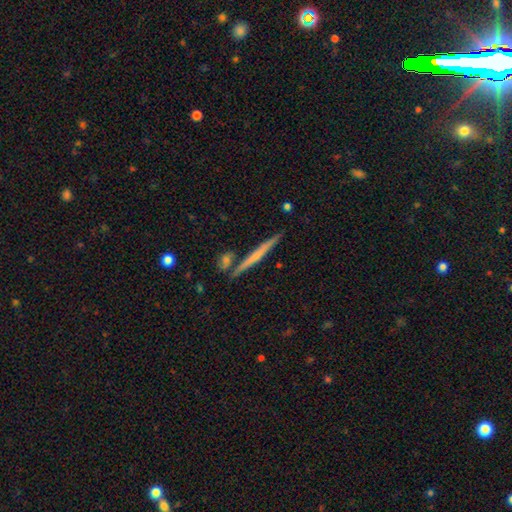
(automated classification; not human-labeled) smooth-or-featured: featured or disk: 55% | smooth: 39% | star or artifact: 6%
  disk-edge-on: yes: 97% | no: 3%
    edge-on-bulge: none: 66% | rounded: 27% | boxy: 7%
  merging: none: 84% | minor disturbance: 8% | merger: 6% | major disturbance: 2%